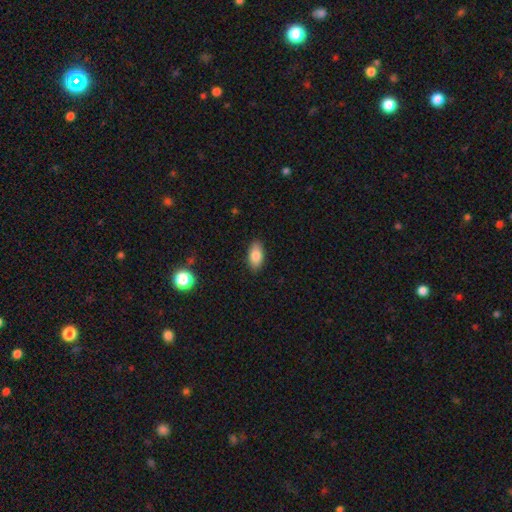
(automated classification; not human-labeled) Morphology: type=smooth (82%); roundness=in between (91%); merging=none (88%).